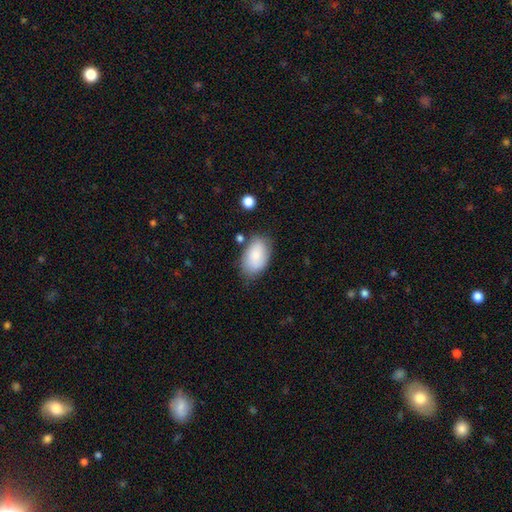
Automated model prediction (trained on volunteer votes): smooth 79%, featured or disk 14%, star or artifact 7%. Down the decision tree: how rounded — in between (93%); merging — none (69%).